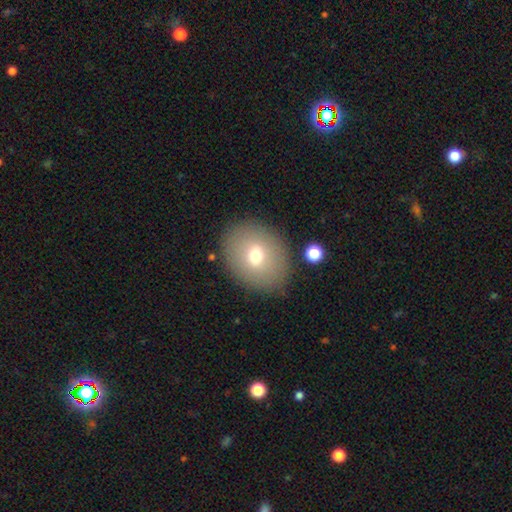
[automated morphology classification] A smooth galaxy with no disk features (70%) that is in between round and cigar-shaped (50%). Merging: none (85%).